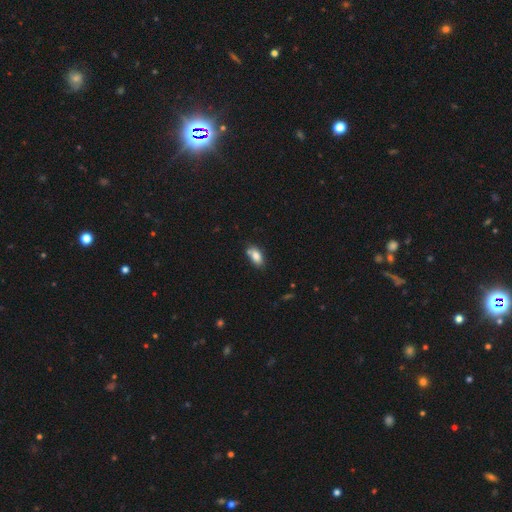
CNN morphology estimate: smooth-or-featured: smooth: 83% | featured or disk: 9% | star or artifact: 8%
  how-rounded: in between: 90% | cigar-shaped: 5% | round: 5%
  merging: none: 63% | minor disturbance: 20% | merger: 13% | major disturbance: 4%